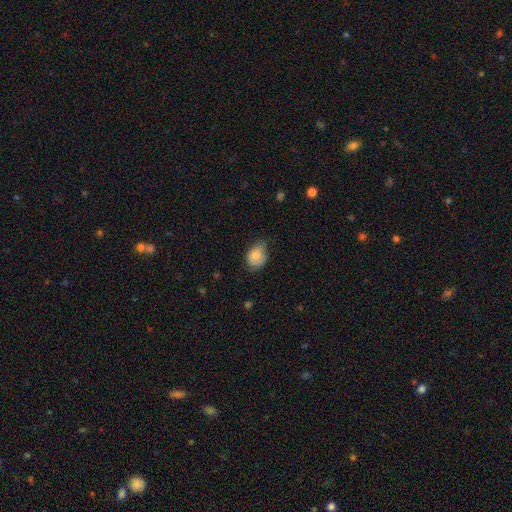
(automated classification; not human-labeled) Overall: smooth (79%). How rounded: in between (62%; round 37%). Merging: none (50%; minor disturbance 40%).